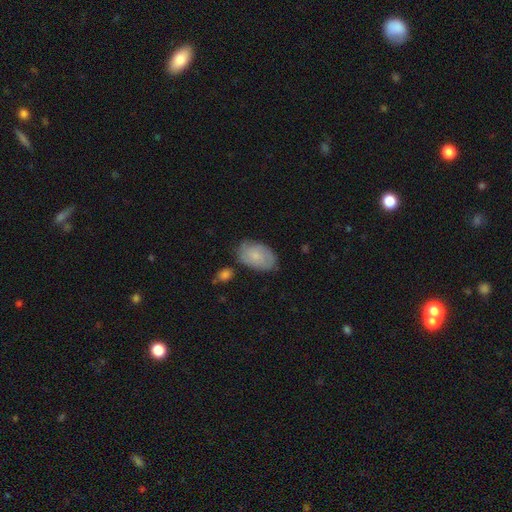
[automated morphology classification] This is likely a smooth galaxy (64%). How rounded: clearly in between (89%). Merging: likely none (66%).